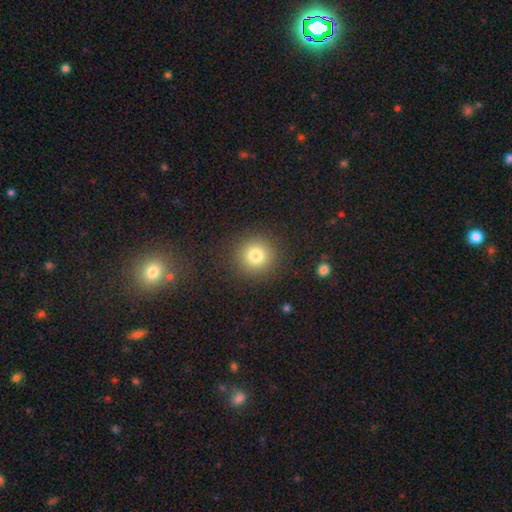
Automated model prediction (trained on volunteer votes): smooth 79%, star or artifact 12%, featured or disk 8%. Down the decision tree: how rounded — round (94%); merging — none (89%).